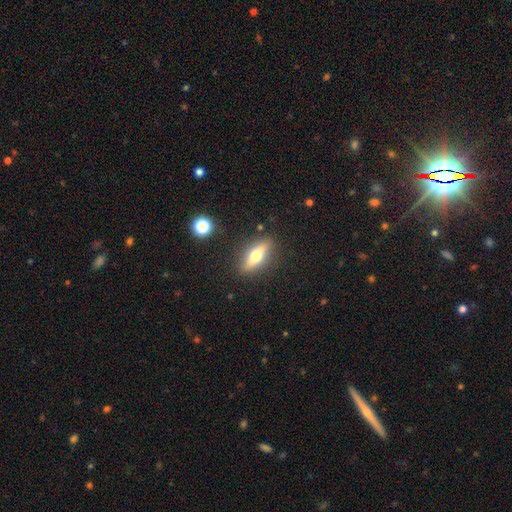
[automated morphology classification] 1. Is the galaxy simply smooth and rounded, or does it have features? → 47% smooth, 45% featured or disk, 7% star or artifact.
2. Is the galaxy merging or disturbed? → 87% none, 9% minor disturbance, 3% major disturbance, 2% merger.